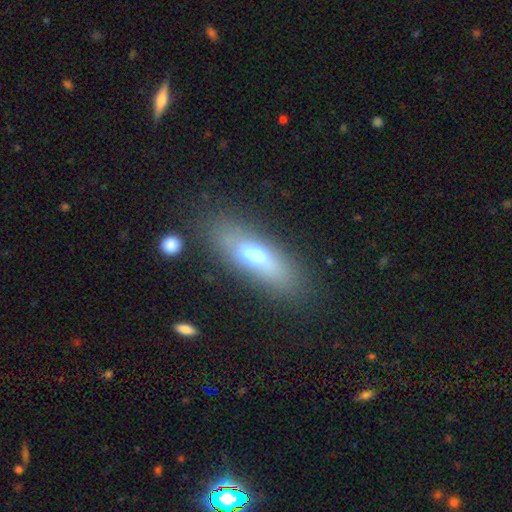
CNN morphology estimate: smooth-or-featured: smooth: 58% | featured or disk: 32% | star or artifact: 10%
  how-rounded: in between: 50% | cigar-shaped: 47% | round: 3%
  merging: none: 76% | minor disturbance: 14% | major disturbance: 5% | merger: 4%